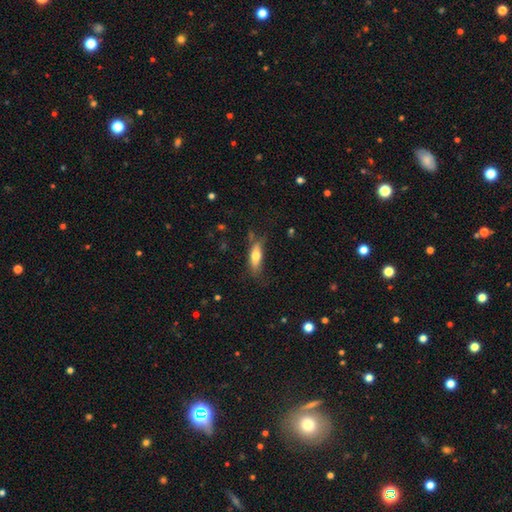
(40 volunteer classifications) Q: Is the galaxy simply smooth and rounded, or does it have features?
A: smooth — 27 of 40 (68%).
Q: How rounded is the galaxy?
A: in between — 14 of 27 (52%).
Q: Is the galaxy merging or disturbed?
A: none — 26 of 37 (70%).